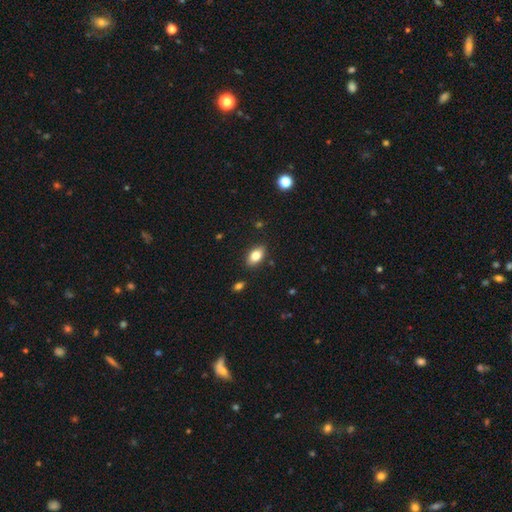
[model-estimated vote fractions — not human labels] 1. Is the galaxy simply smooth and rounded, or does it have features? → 81% smooth, 11% featured or disk, 8% star or artifact.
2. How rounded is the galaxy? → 90% in between, 7% round, 3% cigar-shaped.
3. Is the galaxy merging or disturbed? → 86% none, 10% minor disturbance, 2% major disturbance, 2% merger.